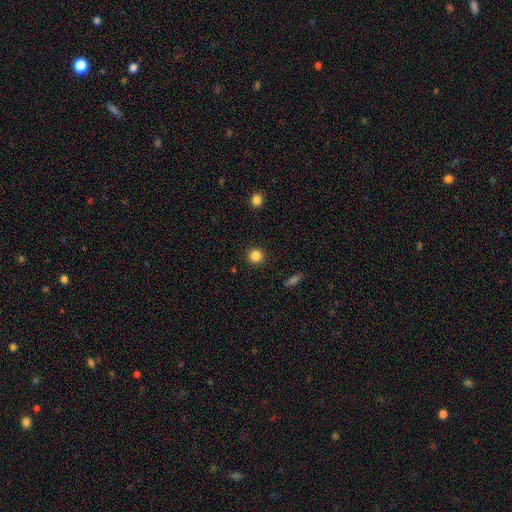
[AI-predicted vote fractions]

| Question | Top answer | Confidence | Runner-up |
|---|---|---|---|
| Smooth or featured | smooth | 85% | star or artifact (11%) |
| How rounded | round | 93% | in between (6%) |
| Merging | none | 92% | minor disturbance (5%) |